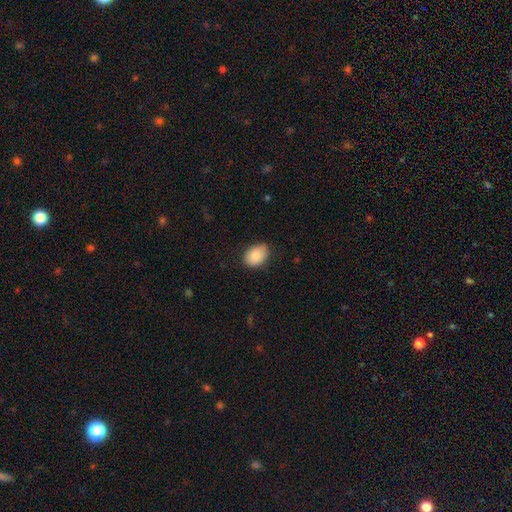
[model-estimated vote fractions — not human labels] A smooth galaxy with no disk features (85%) that is in between round and cigar-shaped (72%). Merging: none (78%).